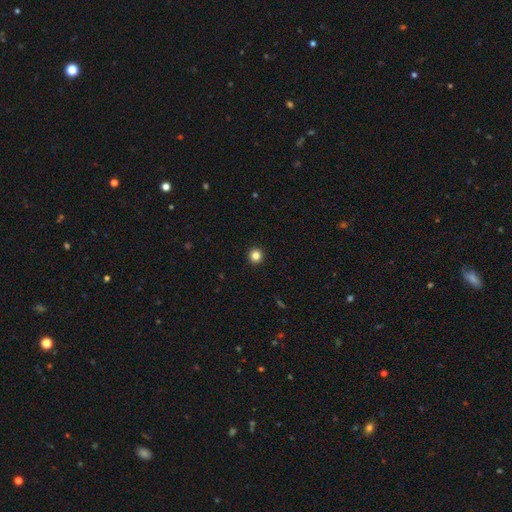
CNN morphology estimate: Smooth or featured: smooth — 84% (star or artifact — 12%)
How rounded: round — 95% (in between — 4%)
Merging: none — 94% (minor disturbance — 4%)